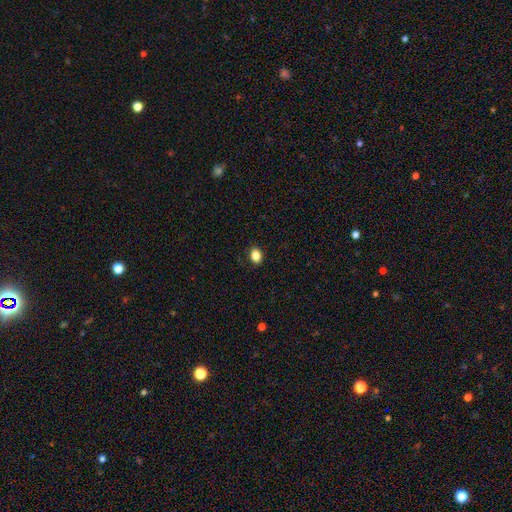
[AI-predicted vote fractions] smooth 86%, star or artifact 10%, featured or disk 5%. Down the decision tree: how rounded — in between (66%); merging — none (88%).